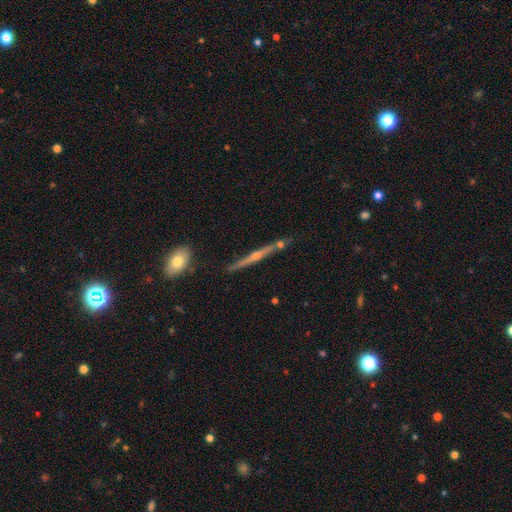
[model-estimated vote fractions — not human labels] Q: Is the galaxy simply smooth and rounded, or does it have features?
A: featured or disk — 75%.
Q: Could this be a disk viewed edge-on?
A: yes — 97%.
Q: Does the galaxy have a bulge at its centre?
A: rounded — 73%.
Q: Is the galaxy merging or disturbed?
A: none — 82%.